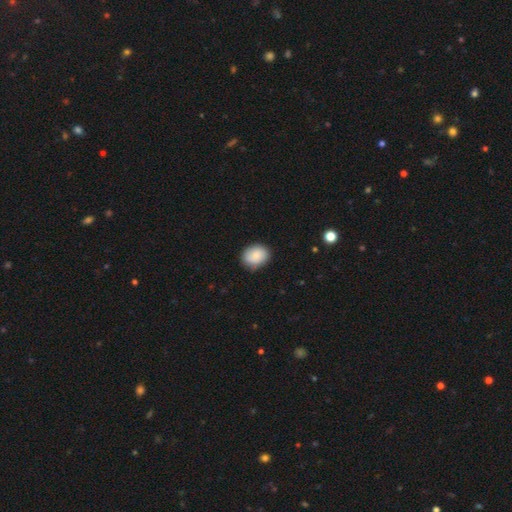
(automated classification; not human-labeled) The model was most divided on "how rounded": in between: 54%, round: 45%, cigar-shaped: 1%. More confident: smooth or featured — smooth (85%); merging — none (80%).